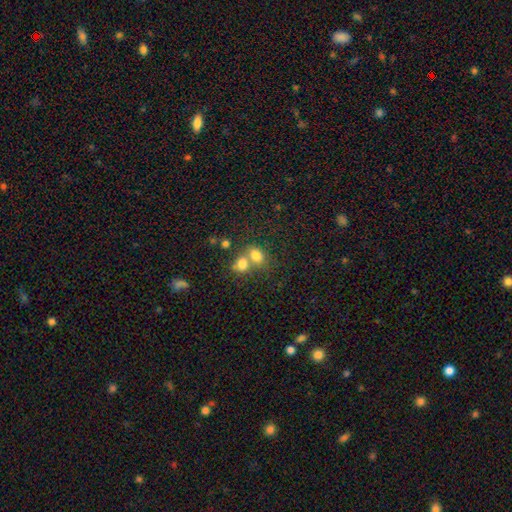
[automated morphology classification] This appears to be a smooth galaxy with no disk features (78%) that is in between round and cigar-shaped (65%). Merging: merger (59%).